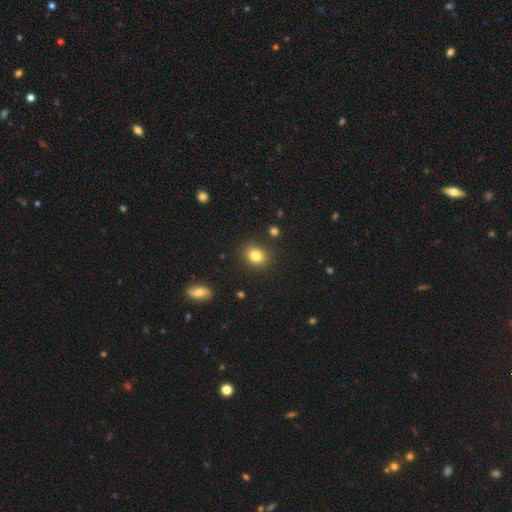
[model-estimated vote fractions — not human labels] This appears to be a smooth galaxy with no disk features (83%) that is round (58%). Merging: none (88%).